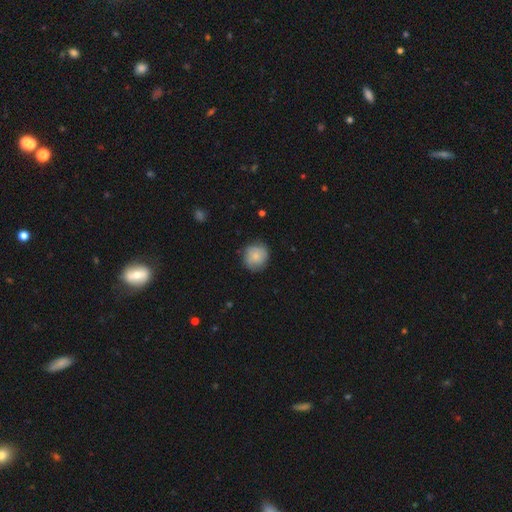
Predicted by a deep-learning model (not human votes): Overall: smooth (77%). How rounded: round (89%). Merging: none (79%).